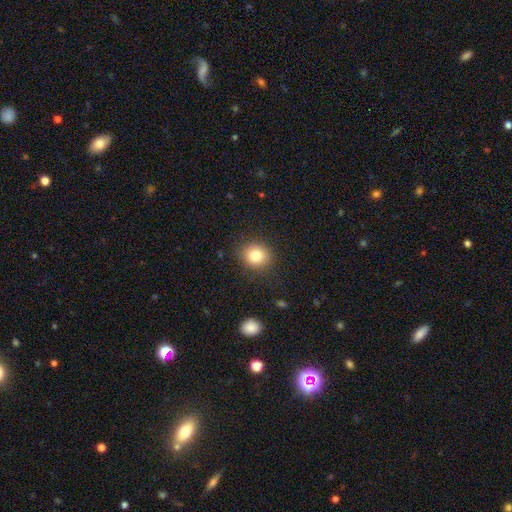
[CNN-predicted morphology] The model was most divided on "how rounded": round: 80%, in between: 19%, cigar-shaped: 1%. More confident: merging — none (88%); smooth or featured — smooth (81%).